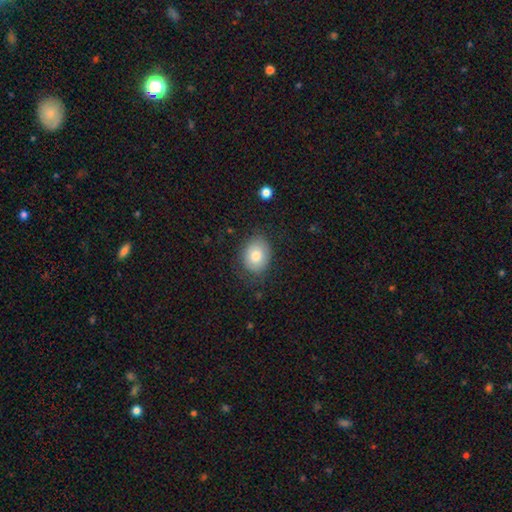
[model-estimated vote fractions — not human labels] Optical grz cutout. It shows a smooth galaxy with no disk features (78%) that is in between round and cigar-shaped (56%). Merging: none (76%).